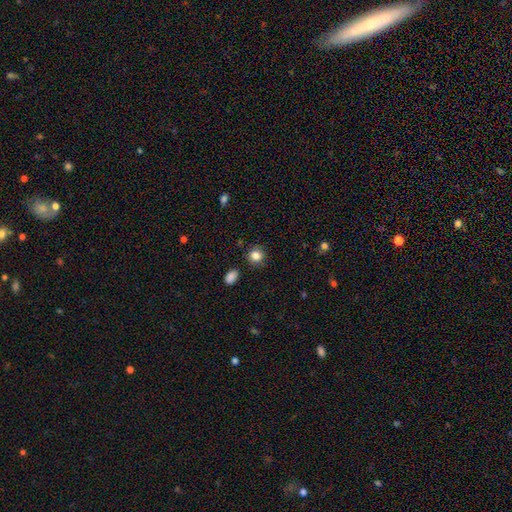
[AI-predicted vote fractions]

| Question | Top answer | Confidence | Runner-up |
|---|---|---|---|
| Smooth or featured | smooth | 85% | star or artifact (10%) |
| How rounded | round | 86% | in between (13%) |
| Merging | none | 87% | minor disturbance (9%) |